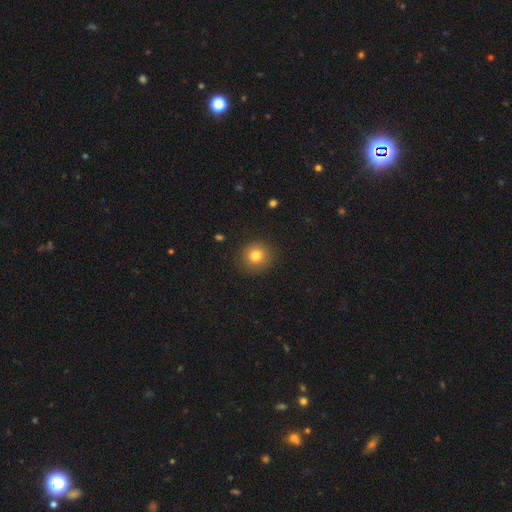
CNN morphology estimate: smooth-or-featured: smooth: 79% | star or artifact: 12% | featured or disk: 9%
  how-rounded: round: 85% | in between: 14% | cigar-shaped: 1%
  merging: none: 88% | minor disturbance: 8% | major disturbance: 3% | merger: 1%